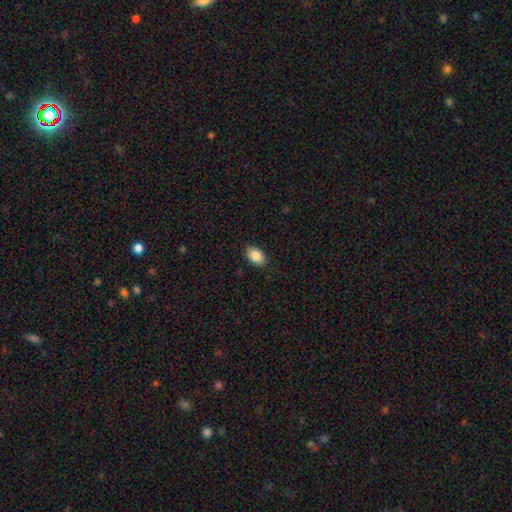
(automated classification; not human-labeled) Morphology: type=smooth (88%); roundness=in between (86%); merging=none (87%).